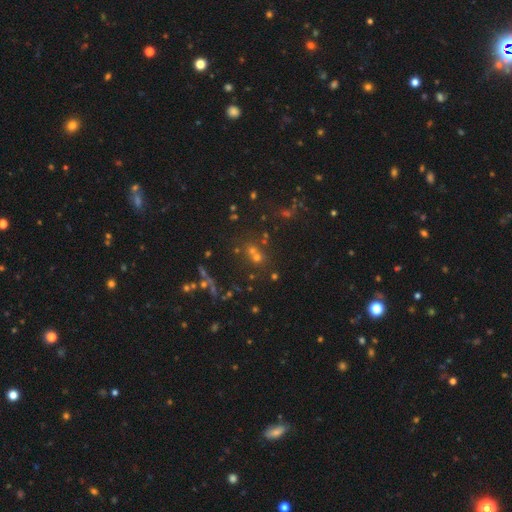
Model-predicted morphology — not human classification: smooth_or_featured: star or artifact (p=0.46) [alt: smooth p=0.38]